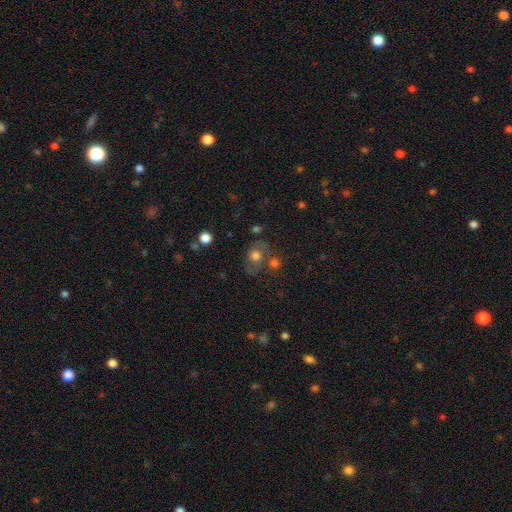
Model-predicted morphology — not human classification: A smooth galaxy with no disk features (61%) that is round (61%). Merging: none (53%).